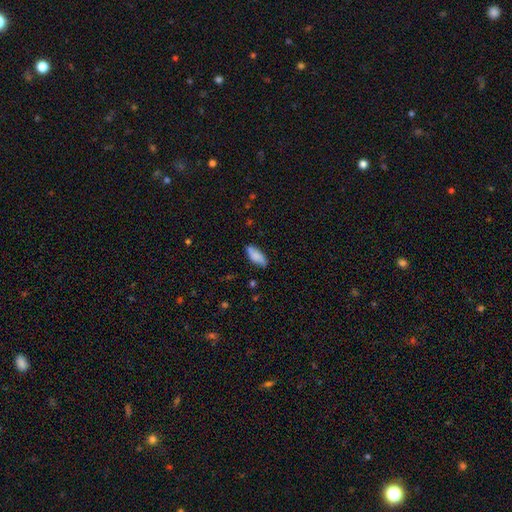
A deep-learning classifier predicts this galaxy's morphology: This appears to be a smooth galaxy with no disk features (77%) that is in between round and cigar-shaped (76%). Merging: none (78%).